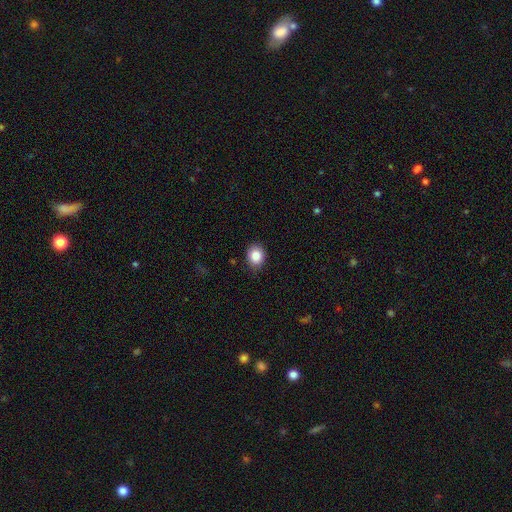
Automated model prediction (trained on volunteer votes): Smooth or featured? Predicted: smooth (p=0.86). How rounded? Predicted: round (p=0.54). Merging? Predicted: none (p=0.83).